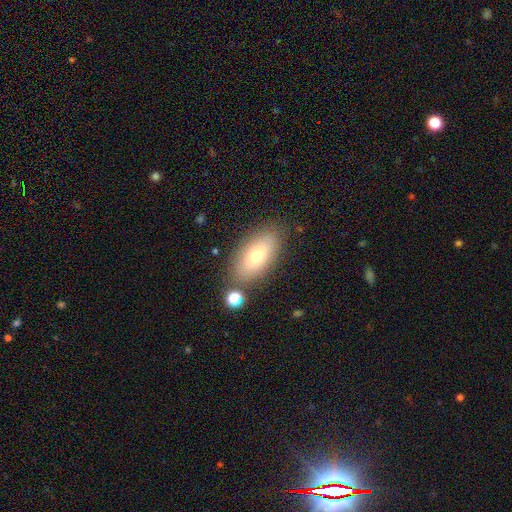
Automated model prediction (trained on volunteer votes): smooth_or_featured: smooth (p=0.70) [alt: featured or disk p=0.21]
how_rounded: in between (p=0.88) [alt: cigar-shaped p=0.07]
merging: none (p=0.79) [alt: minor disturbance p=0.12]